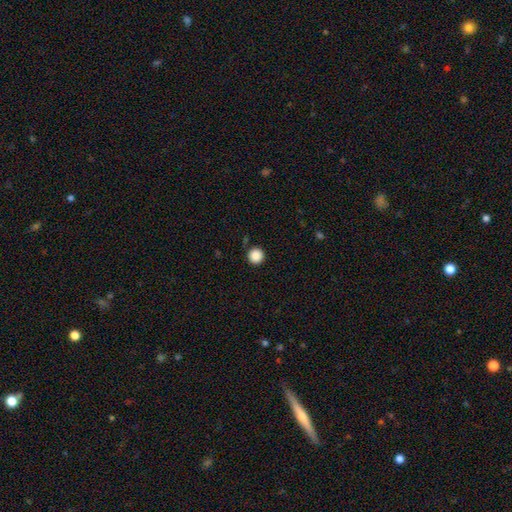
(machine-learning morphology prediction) A smooth galaxy with no disk features (88%) that is round (96%).

Vote fractions:
- Smooth or featured? smooth: 88% / star or artifact: 10% / featured or disk: 2%
- How rounded? round: 96% / in between: 3% / cigar-shaped: 1%
- Merging? none: 91% / minor disturbance: 5% / major disturbance: 2% / merger: 2%